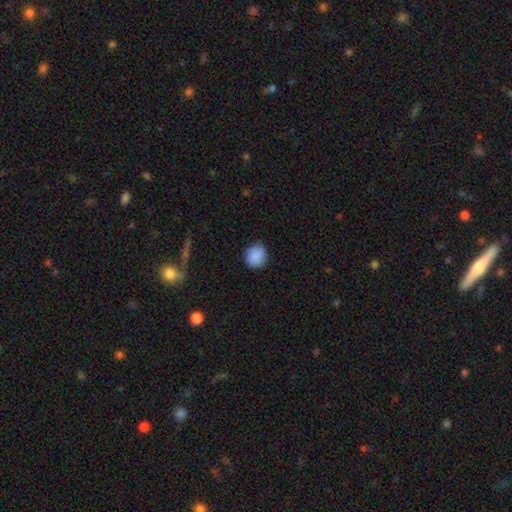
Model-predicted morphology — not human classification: A smooth galaxy with no disk features (88%) that is round (84%).

Vote fractions:
- Smooth or featured? smooth: 88% / star or artifact: 7% / featured or disk: 5%
- How rounded? round: 84% / in between: 15% / cigar-shaped: 1%
- Merging? none: 84% / minor disturbance: 12% / major disturbance: 3% / merger: 1%